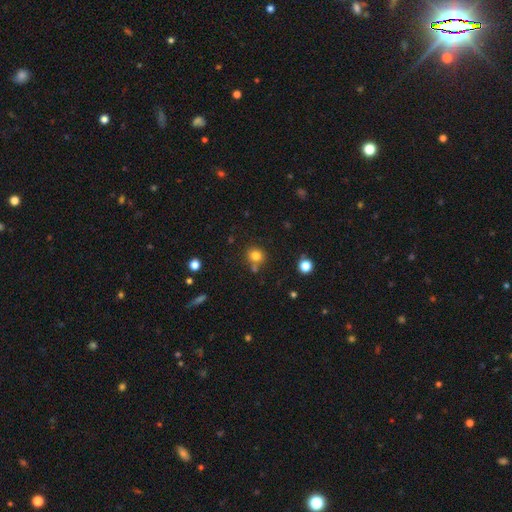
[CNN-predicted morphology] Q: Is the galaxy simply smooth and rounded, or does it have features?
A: smooth — 80%.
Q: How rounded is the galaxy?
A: round — 87%.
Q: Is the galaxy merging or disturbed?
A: none — 72%.